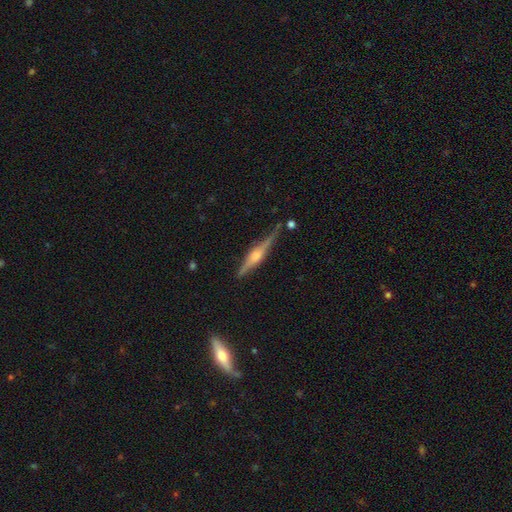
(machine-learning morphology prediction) A featured or disk galaxy (80%) viewed edge-on (98%) with a rounded central bulge (84%). Merging: none (80%).